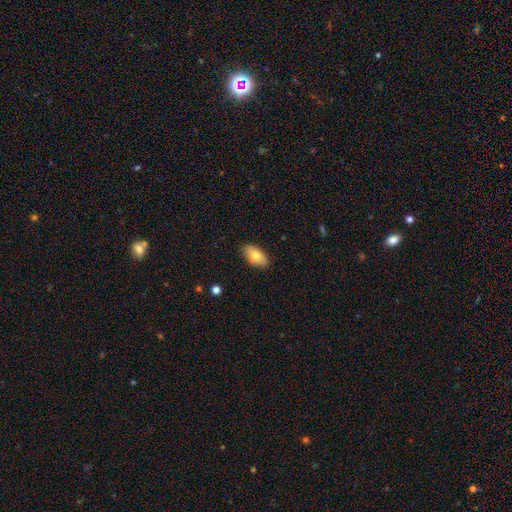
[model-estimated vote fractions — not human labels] smooth 78%, featured or disk 16%, star or artifact 7%. Down the decision tree: how rounded — in between (93%); merging — none (87%).